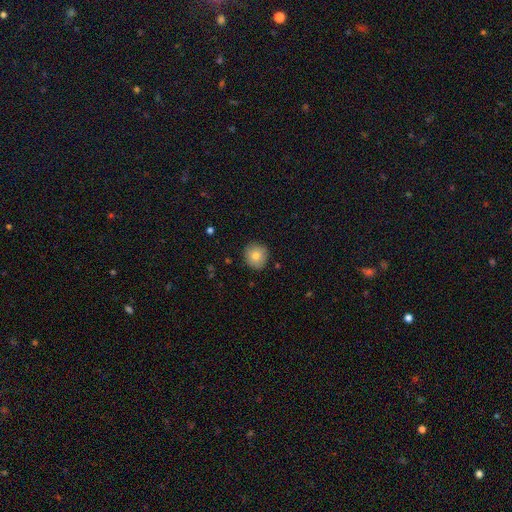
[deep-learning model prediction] This is likely a smooth galaxy (80%). How rounded: clearly round (91%). Merging: clearly none (88%).